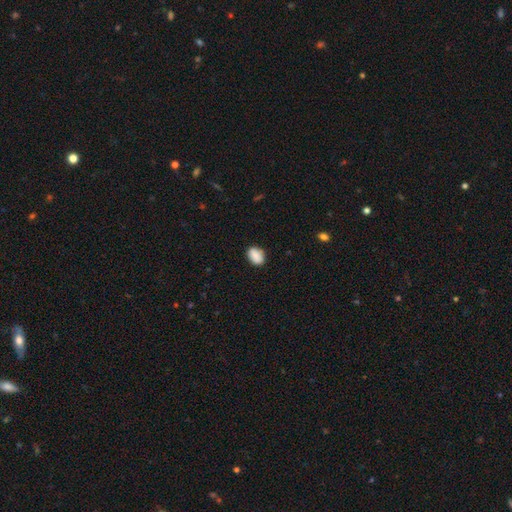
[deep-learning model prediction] smooth 88%, star or artifact 7%, featured or disk 5%. Down the decision tree: how rounded — in between (79%); merging — none (82%).